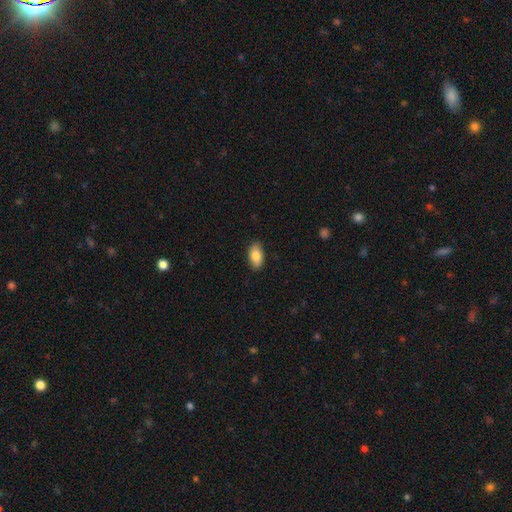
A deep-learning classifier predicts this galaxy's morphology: A smooth galaxy with no disk features (83%) that is in between round and cigar-shaped (93%). Merging: none (88%).